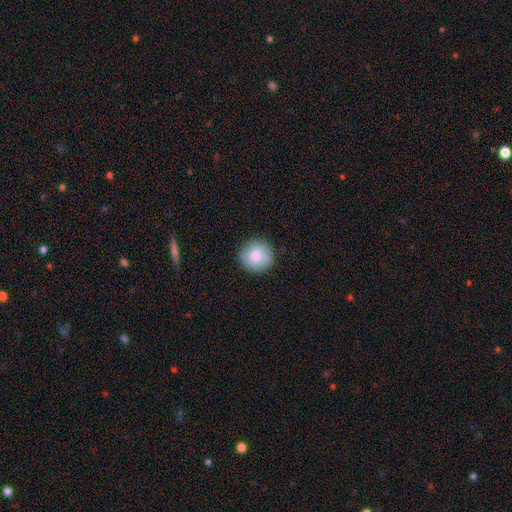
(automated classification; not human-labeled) Smooth or featured?
  - smooth: 78% *
  - featured or disk: 15%
  - star or artifact: 7%
How rounded?
  - round: 94% *
  - in between: 5%
  - cigar-shaped: 1%
Merging?
  - none: 88% *
  - minor disturbance: 8%
  - major disturbance: 2%
  - merger: 1%